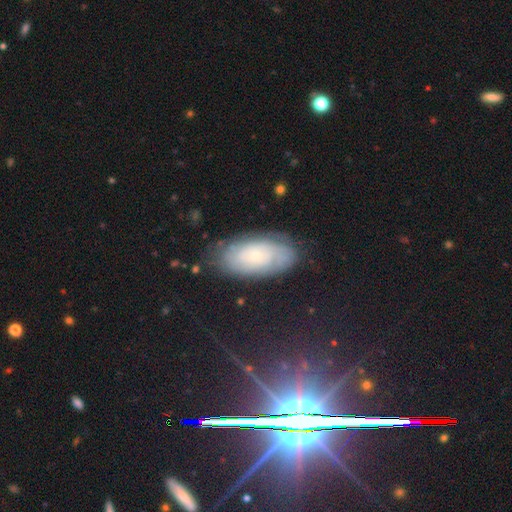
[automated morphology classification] A featured or disk galaxy (61%) with no bar (80%), spiral arms (84%) and a small central bulge (77%). Merging: none (78%).